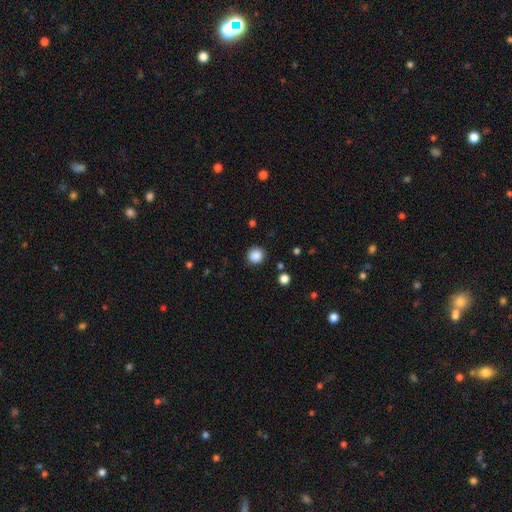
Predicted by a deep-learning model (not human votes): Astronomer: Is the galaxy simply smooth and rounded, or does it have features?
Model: smooth — 87%.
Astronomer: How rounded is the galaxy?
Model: round — 90%.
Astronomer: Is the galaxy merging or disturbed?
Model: none — 88%.